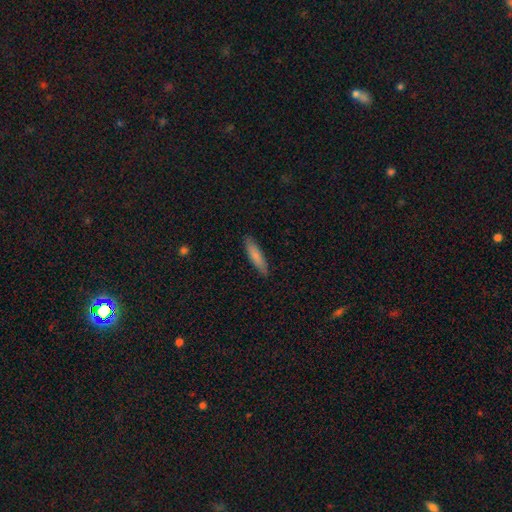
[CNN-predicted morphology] This appears to be a smooth galaxy with no disk features (80%) that is cigar-shaped (78%). Merging: none (88%).